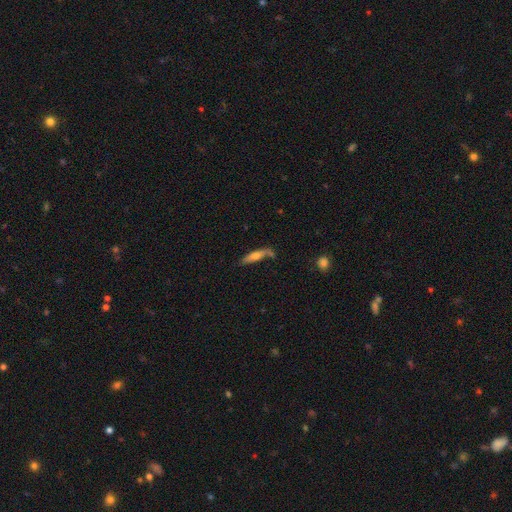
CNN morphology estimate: Overall: smooth (54%; featured or disk 39%). How rounded: cigar-shaped (76%). Merging: none (59%; minor disturbance 22%).